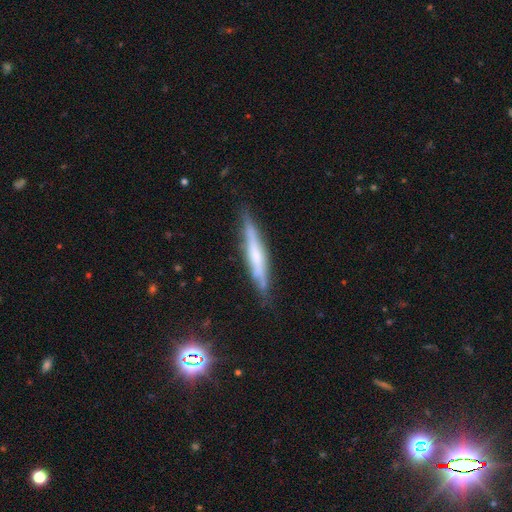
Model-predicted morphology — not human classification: A featured or disk galaxy (53%) viewed edge-on (92%).

Vote fractions:
- Smooth or featured? featured or disk: 53% / smooth: 40% / star or artifact: 7%
- Edge-on disk? yes: 92% / no: 8%
- Merging? none: 79% / minor disturbance: 16% / major disturbance: 3% / merger: 2%